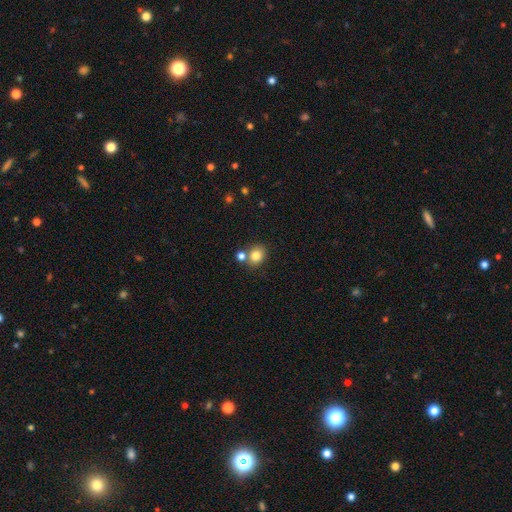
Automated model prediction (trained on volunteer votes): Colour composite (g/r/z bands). It shows a smooth galaxy with no disk features (81%) that is round (70%). Merging: none (65%).